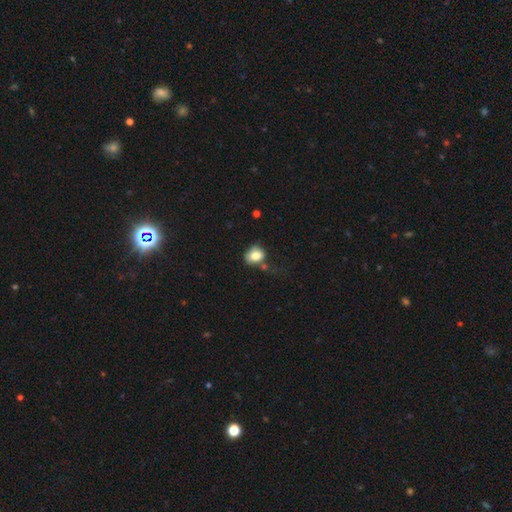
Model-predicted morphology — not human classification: smooth 79%, featured or disk 12%, star or artifact 9%. Down the decision tree: how rounded — round (54%); merging — none (41%).